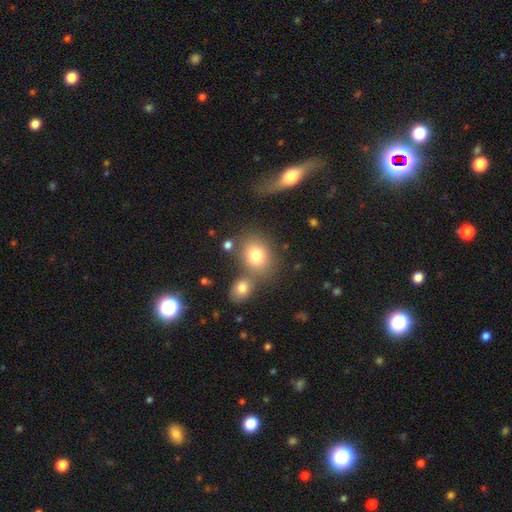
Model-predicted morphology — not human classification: smooth 77%, star or artifact 12%, featured or disk 11%. Down the decision tree: how rounded — round (61%); merging — none (59%).